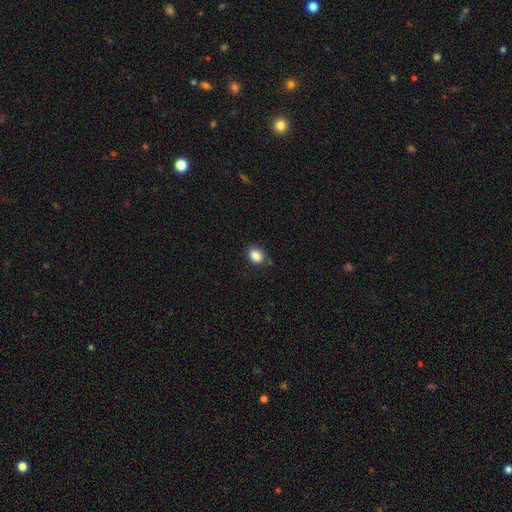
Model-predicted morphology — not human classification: Q: Smooth or featured?
A: smooth (87%); runner-up: star or artifact (9%)
Q: How rounded?
A: in between (64%); runner-up: round (35%)
Q: Merging?
A: none (77%); runner-up: minor disturbance (16%)